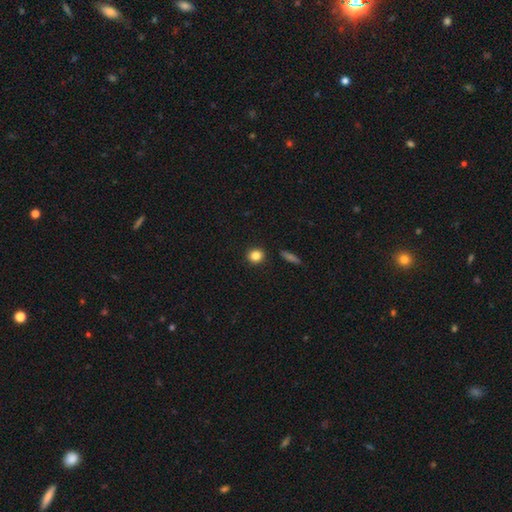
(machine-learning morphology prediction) A smooth galaxy with no disk features (84%) that is round (84%). Merging: none (91%).